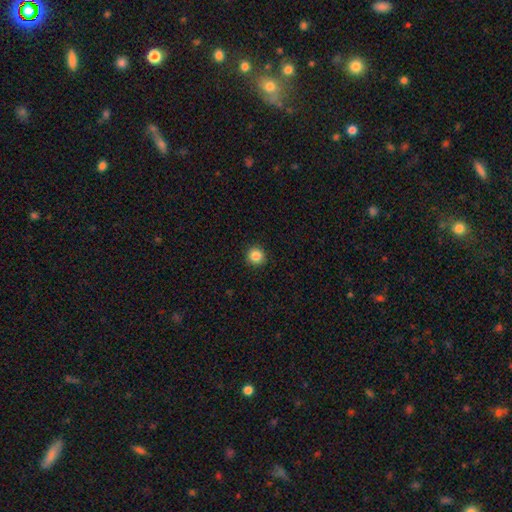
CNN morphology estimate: smooth-or-featured: smooth: 86% | star or artifact: 10% | featured or disk: 3%
  how-rounded: round: 94% | in between: 5% | cigar-shaped: 1%
  merging: none: 92% | minor disturbance: 5% | major disturbance: 2% | merger: 1%